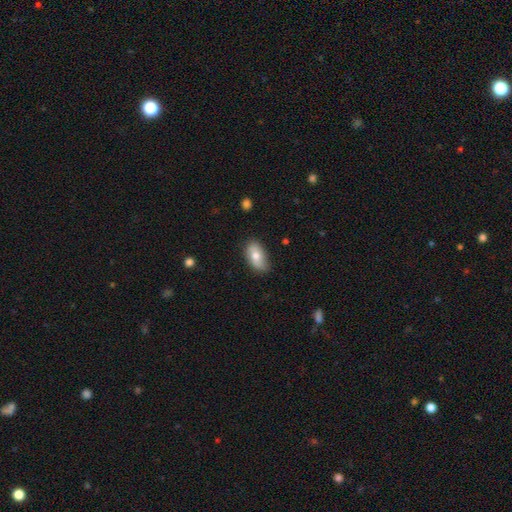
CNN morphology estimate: This appears to be a smooth galaxy with no disk features (71%) that is in between round and cigar-shaped (93%). Merging: none (76%).